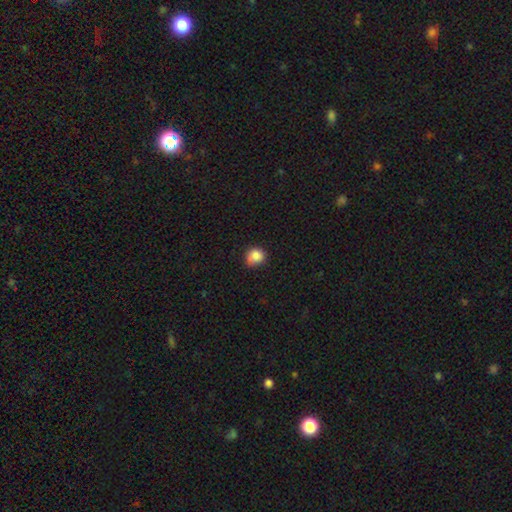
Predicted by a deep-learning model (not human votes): smooth 84%, star or artifact 10%, featured or disk 6%. Down the decision tree: how rounded — round (79%); merging — none (60%).